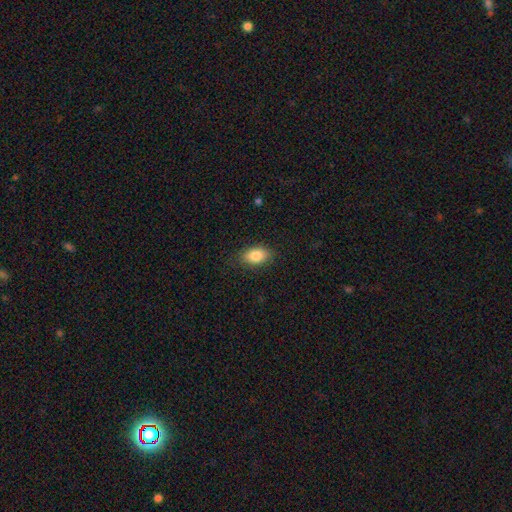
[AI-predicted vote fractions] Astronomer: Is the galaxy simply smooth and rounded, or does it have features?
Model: smooth — 85%.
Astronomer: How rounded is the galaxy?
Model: in between — 90%.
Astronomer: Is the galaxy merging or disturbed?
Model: none — 85%.